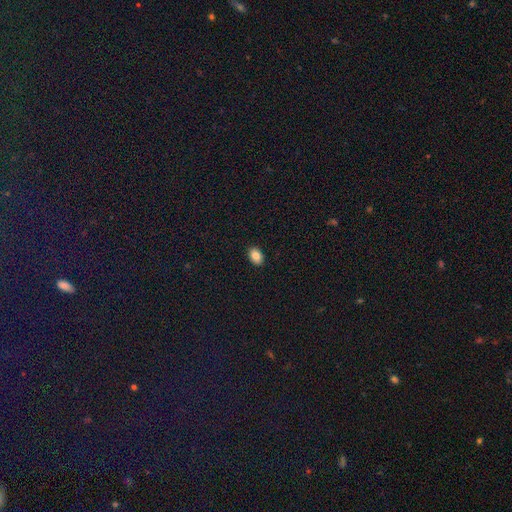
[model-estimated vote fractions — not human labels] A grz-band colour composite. It shows a smooth galaxy with no disk features (85%) that is in between round and cigar-shaped (80%). Merging: none (91%).